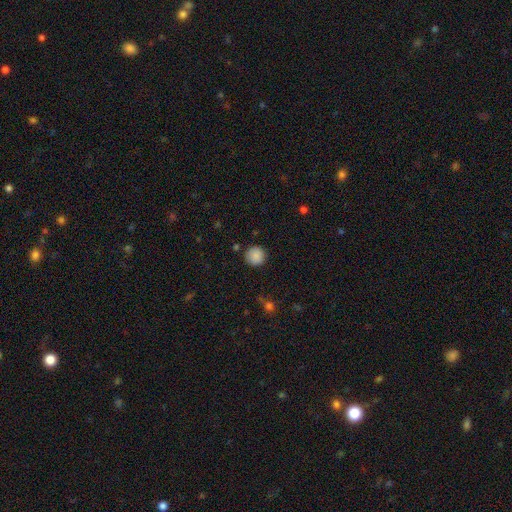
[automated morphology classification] smooth-or-featured: smooth: 88% | star or artifact: 9% | featured or disk: 4%
  how-rounded: round: 94% | in between: 5% | cigar-shaped: 1%
  merging: none: 87% | minor disturbance: 9% | major disturbance: 2% | merger: 2%